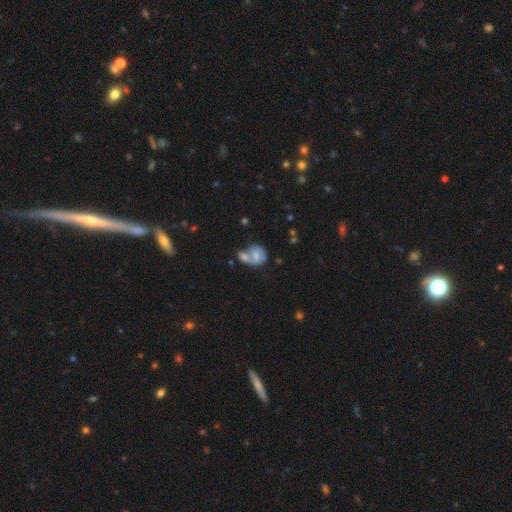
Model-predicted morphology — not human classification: smooth 53%, featured or disk 38%, star or artifact 9%. Down the decision tree: how rounded — in between (54%); merging — merger (54%).